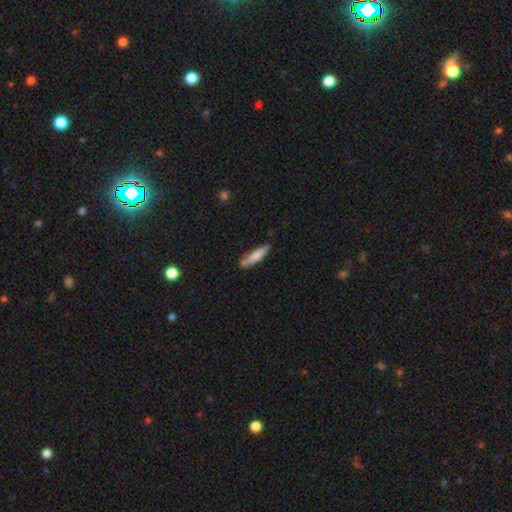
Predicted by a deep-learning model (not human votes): Smooth or featured?
  - smooth: 76% *
  - featured or disk: 18%
  - star or artifact: 6%
How rounded?
  - cigar-shaped: 79% *
  - in between: 20%
  - round: 1%
Merging?
  - none: 73% *
  - minor disturbance: 20%
  - merger: 4%
  - major disturbance: 4%